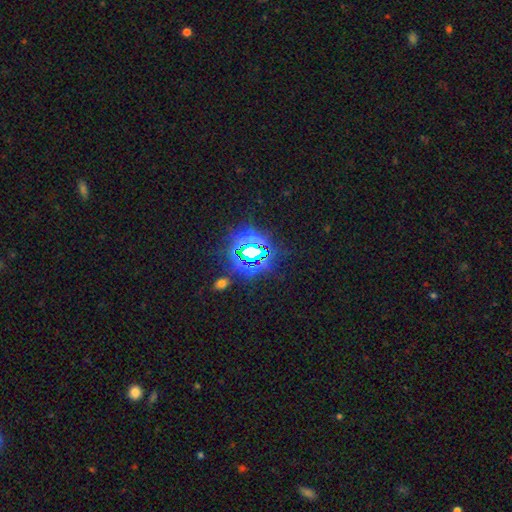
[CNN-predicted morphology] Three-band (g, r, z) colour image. It shows a star or artifact, not a galaxy (78%).